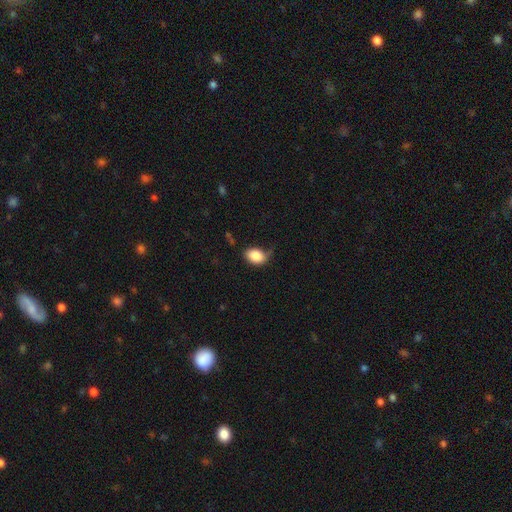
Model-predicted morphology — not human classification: smooth_or_featured: smooth (p=0.85) [alt: star or artifact p=0.08]
how_rounded: in between (p=0.77) [alt: round p=0.22]
merging: none (p=0.56) [alt: minor disturbance p=0.31]